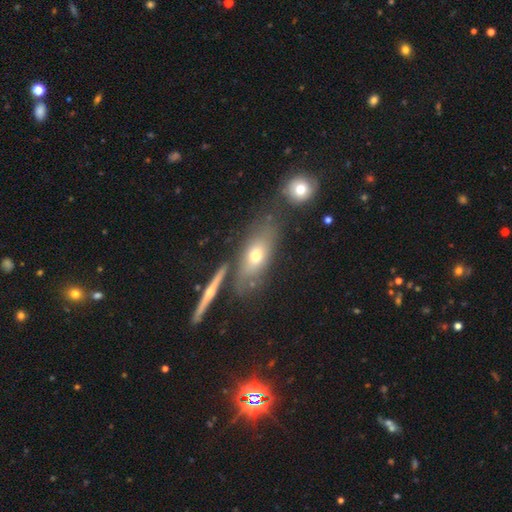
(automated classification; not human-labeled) A smooth galaxy with no disk features (62%) that is in between round and cigar-shaped (72%). Merging: none (62%).